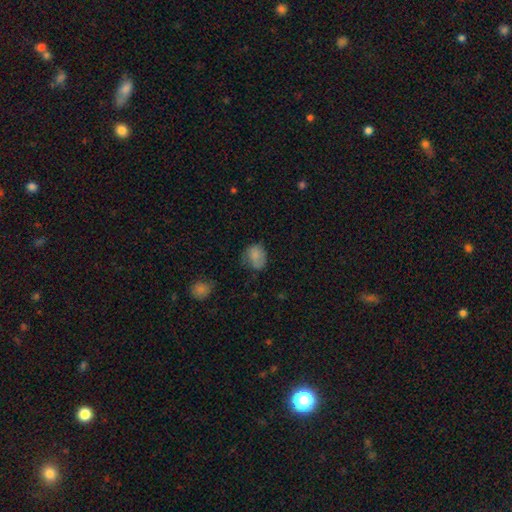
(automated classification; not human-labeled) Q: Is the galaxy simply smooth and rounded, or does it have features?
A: smooth — 79%.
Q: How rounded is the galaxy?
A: in between — 54%.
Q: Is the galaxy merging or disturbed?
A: none — 49%.